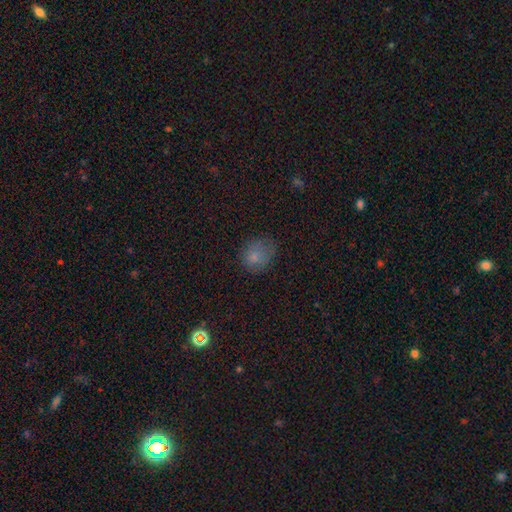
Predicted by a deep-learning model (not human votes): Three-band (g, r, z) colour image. It shows a smooth galaxy with no disk features (76%) that is round (56%). Merging: none (60%).